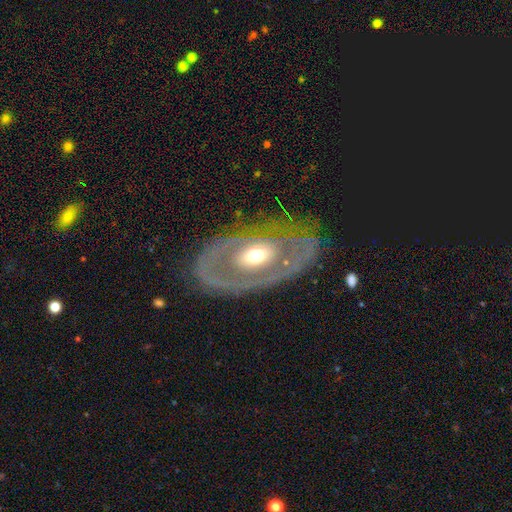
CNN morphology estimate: smooth-or-featured: featured or disk: 74% | smooth: 21% | star or artifact: 5%
  disk-edge-on: no: 91% | yes: 9%
    bar: no: 74% | weak: 17% | strong: 9%
    has-spiral-arms: no: 60% | yes: 40%
    bulge-size: moderate: 67% | small: 17% | large: 13% | dominant: 2% | none: 1%
  merging: none: 67% | minor disturbance: 17% | major disturbance: 13% | merger: 2%